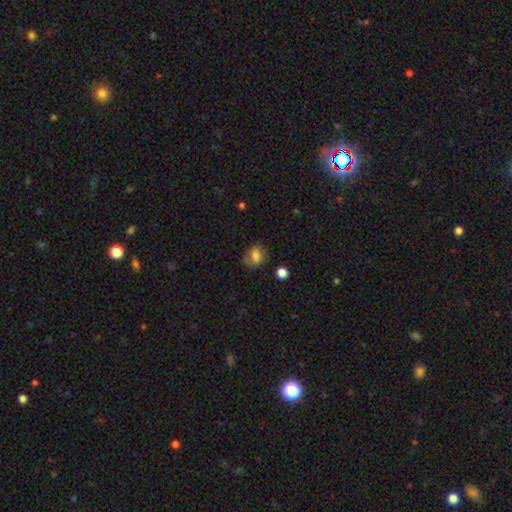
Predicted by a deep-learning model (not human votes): This appears to be a smooth galaxy with no disk features (73%) that is in between round and cigar-shaped (58%). Merging: none (60%).